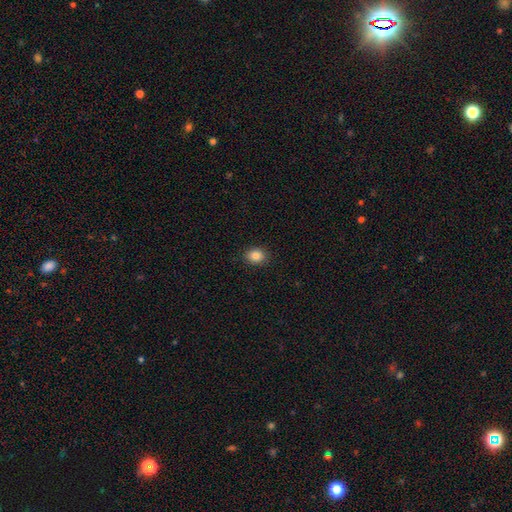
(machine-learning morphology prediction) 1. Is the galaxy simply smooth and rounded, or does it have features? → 85% smooth, 10% star or artifact, 5% featured or disk.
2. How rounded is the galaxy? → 51% in between, 48% round, 1% cigar-shaped.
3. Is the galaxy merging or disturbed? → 90% none, 7% minor disturbance, 2% major disturbance, 1% merger.